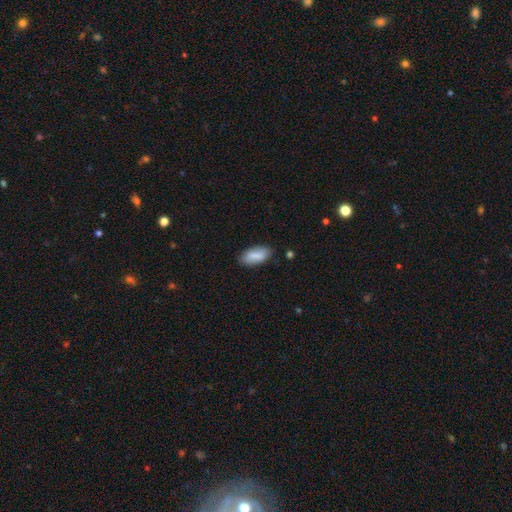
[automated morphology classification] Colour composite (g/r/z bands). It shows a smooth galaxy with no disk features (80%) that is in between round and cigar-shaped (87%). Merging: none (82%).